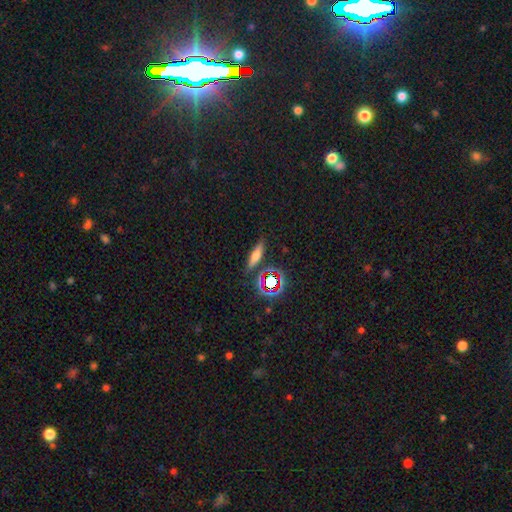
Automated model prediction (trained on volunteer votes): This is possibly a smooth galaxy (52%). How rounded: likely cigar-shaped (64%). Merging: clearly none (81%).